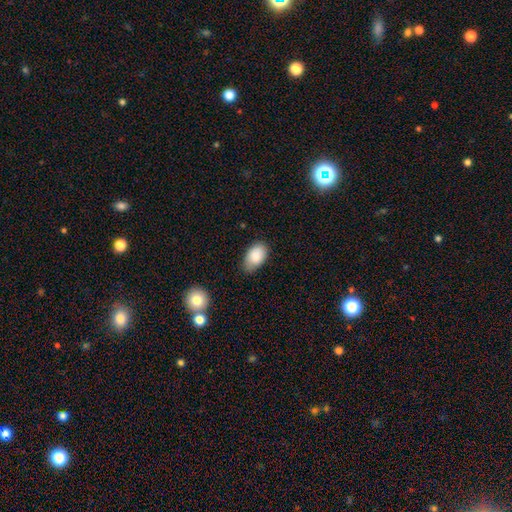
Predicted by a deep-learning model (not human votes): smooth 87%, star or artifact 7%, featured or disk 6%. Down the decision tree: how rounded — in between (93%); merging — none (72%).